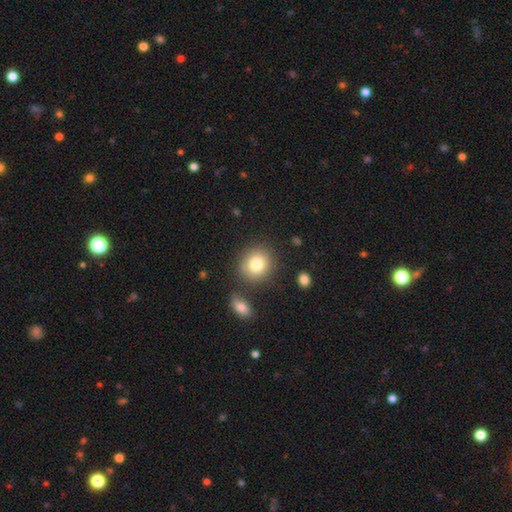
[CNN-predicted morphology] smooth-or-featured: smooth: 79% | star or artifact: 12% | featured or disk: 9%
  how-rounded: round: 80% | in between: 19% | cigar-shaped: 1%
  merging: none: 81% | minor disturbance: 8% | merger: 8% | major disturbance: 3%